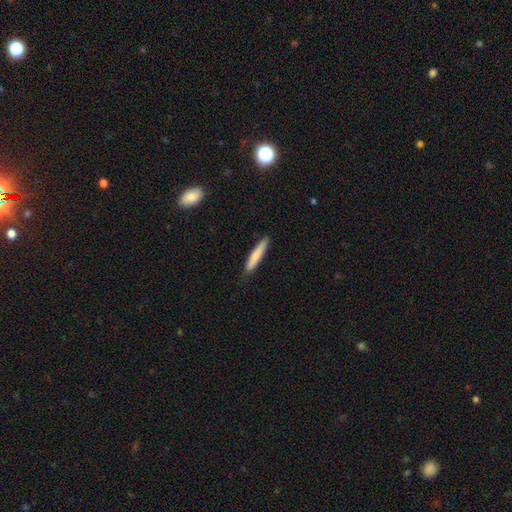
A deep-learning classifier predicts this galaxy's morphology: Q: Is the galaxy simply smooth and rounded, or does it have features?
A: smooth — 79%.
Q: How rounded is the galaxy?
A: cigar-shaped — 92%.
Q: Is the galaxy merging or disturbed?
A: none — 86%.